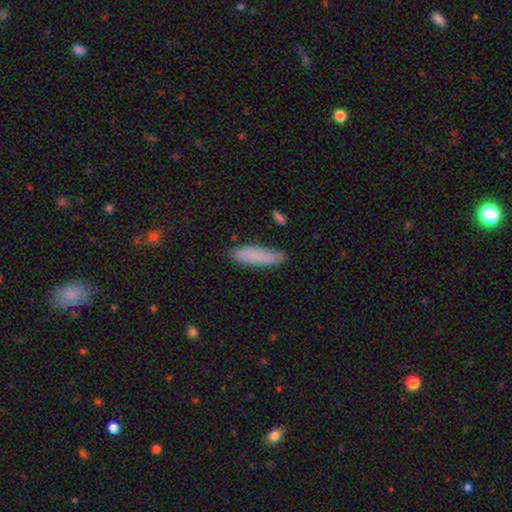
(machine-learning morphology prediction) Overall: smooth (85%). How rounded: cigar-shaped (73%). Merging: none (81%).